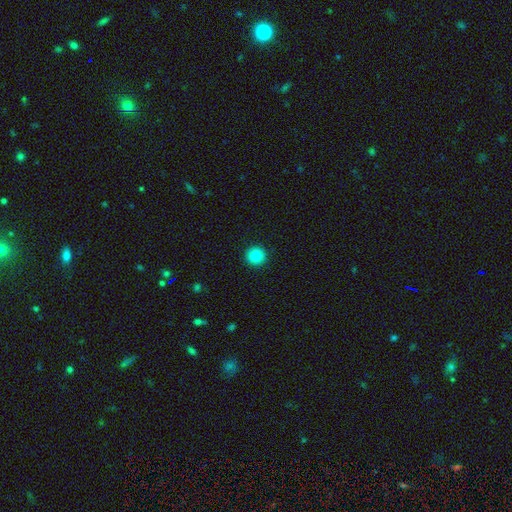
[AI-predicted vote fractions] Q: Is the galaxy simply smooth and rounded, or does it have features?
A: smooth — 84%.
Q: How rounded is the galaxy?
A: round — 95%.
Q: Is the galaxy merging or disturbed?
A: none — 94%.